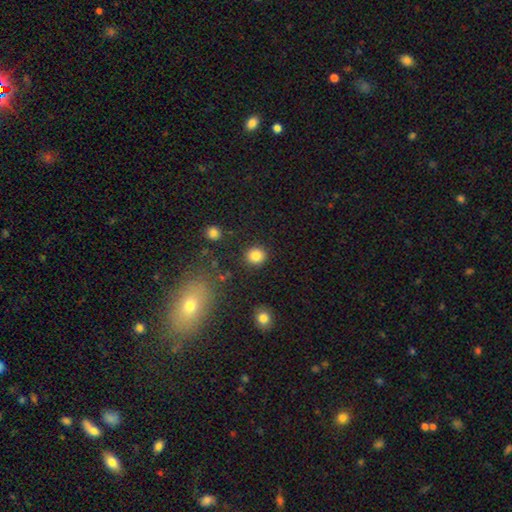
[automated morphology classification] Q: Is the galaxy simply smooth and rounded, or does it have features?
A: smooth — 84%.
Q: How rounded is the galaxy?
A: round — 87%.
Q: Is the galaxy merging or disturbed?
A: none — 89%.